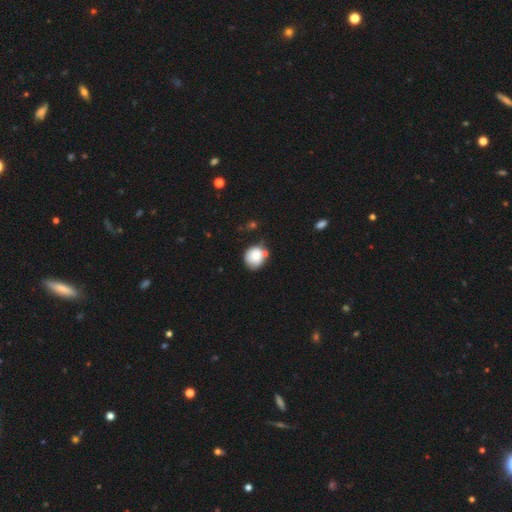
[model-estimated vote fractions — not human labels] Smooth or featured?
  - smooth: 77% *
  - featured or disk: 15%
  - star or artifact: 8%
How rounded?
  - round: 77% *
  - in between: 22%
  - cigar-shaped: 1%
Merging?
  - none: 56% *
  - minor disturbance: 25%
  - merger: 13%
  - major disturbance: 6%